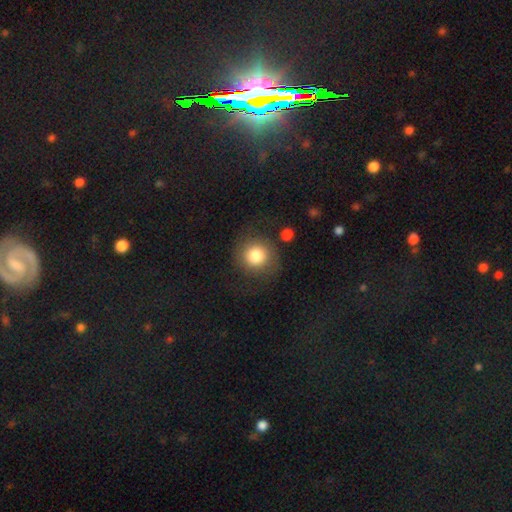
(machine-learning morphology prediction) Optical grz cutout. It shows a smooth galaxy with no disk features (80%) that is round (91%). Merging: none (78%).